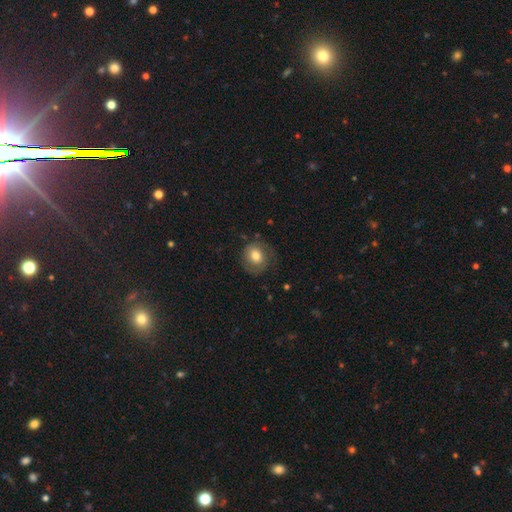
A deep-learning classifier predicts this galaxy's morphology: A smooth galaxy with no disk features (68%) that is round (77%).

Vote fractions:
- Smooth or featured? smooth: 68% / featured or disk: 24% / star or artifact: 8%
- How rounded? round: 77% / in between: 22% / cigar-shaped: 1%
- Merging? none: 69% / minor disturbance: 19% / major disturbance: 10% / merger: 1%